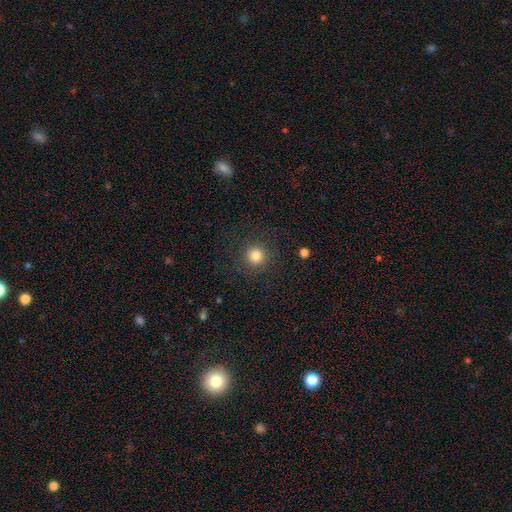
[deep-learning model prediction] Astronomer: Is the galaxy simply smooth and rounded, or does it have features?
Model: smooth — 82%.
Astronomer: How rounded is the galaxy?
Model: round — 94%.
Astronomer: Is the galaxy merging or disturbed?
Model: none — 88%.